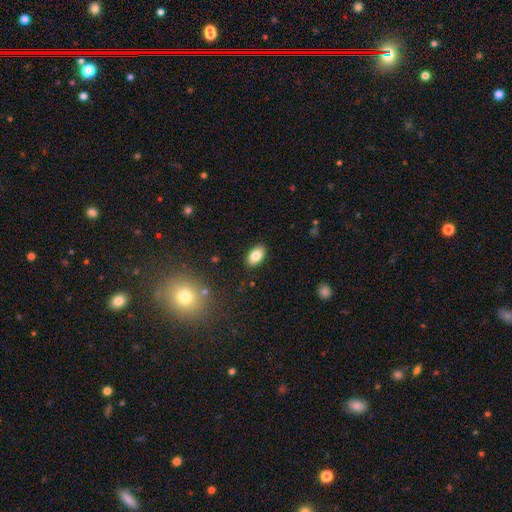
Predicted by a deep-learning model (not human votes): Overall: smooth (82%). How rounded: in between (92%). Merging: none (88%).